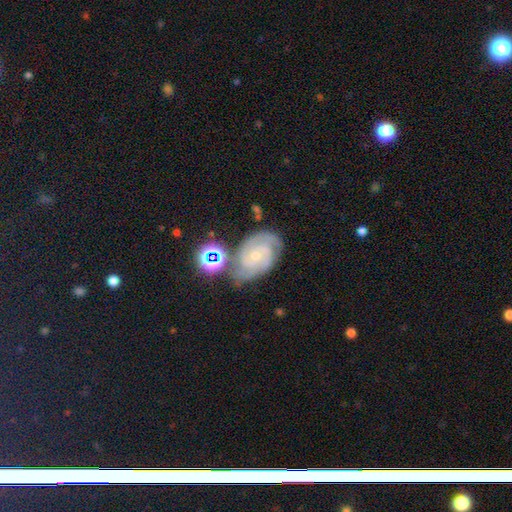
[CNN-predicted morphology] This appears to be a featured or disk galaxy (85%) with no bar (66%), 2 (51%) tight (70%) spiral arms (98%) and a small central bulge (74%). Merging: none (68%).